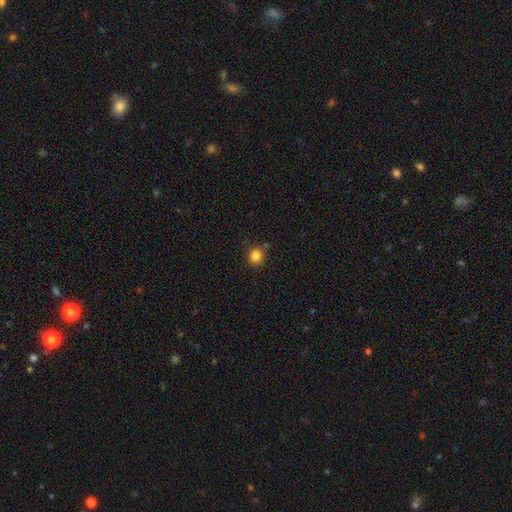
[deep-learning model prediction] Q: Smooth or featured?
A: smooth (84%); runner-up: star or artifact (12%)
Q: How rounded?
A: round (90%); runner-up: in between (9%)
Q: Merging?
A: none (82%); runner-up: minor disturbance (10%)